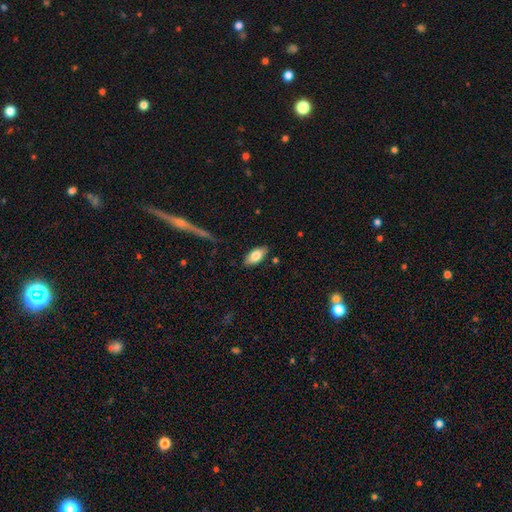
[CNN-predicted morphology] type=smooth (80%); roundness=in between (90%); merging=none (85%).